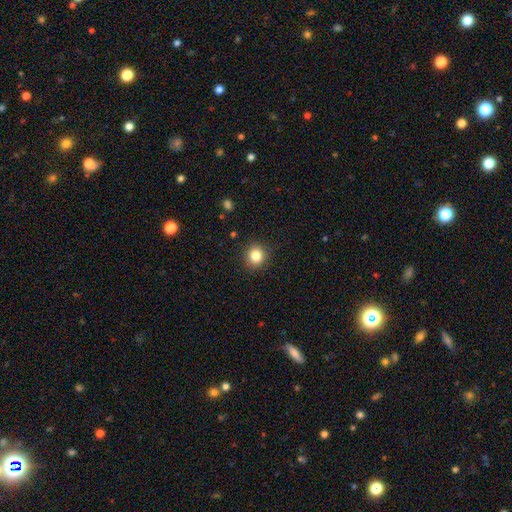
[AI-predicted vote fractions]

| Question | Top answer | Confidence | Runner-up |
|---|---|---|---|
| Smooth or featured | smooth | 83% | star or artifact (11%) |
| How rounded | round | 85% | in between (14%) |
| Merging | none | 89% | minor disturbance (8%) |